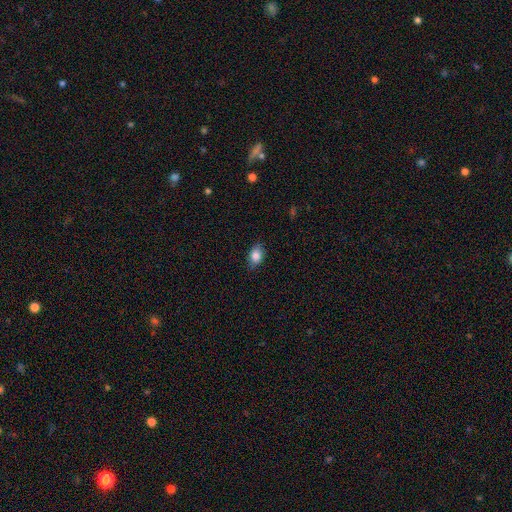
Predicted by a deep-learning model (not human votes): Overall: smooth (84%). How rounded: in between (79%). Merging: none (80%).